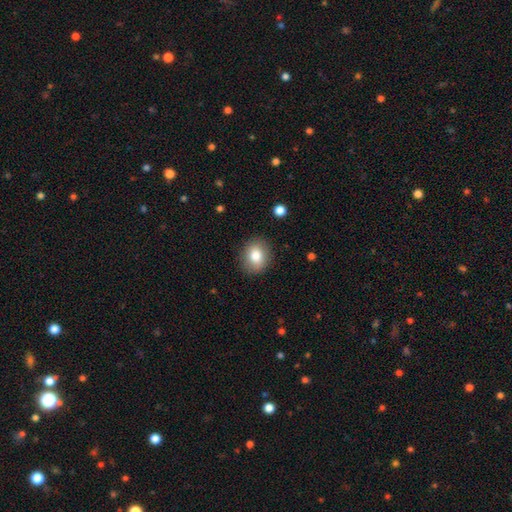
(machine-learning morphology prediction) Smooth or featured?
  - smooth: 82% *
  - featured or disk: 9%
  - star or artifact: 9%
How rounded?
  - round: 55% *
  - in between: 44%
  - cigar-shaped: 1%
Merging?
  - none: 87% *
  - minor disturbance: 9%
  - major disturbance: 3%
  - merger: 1%